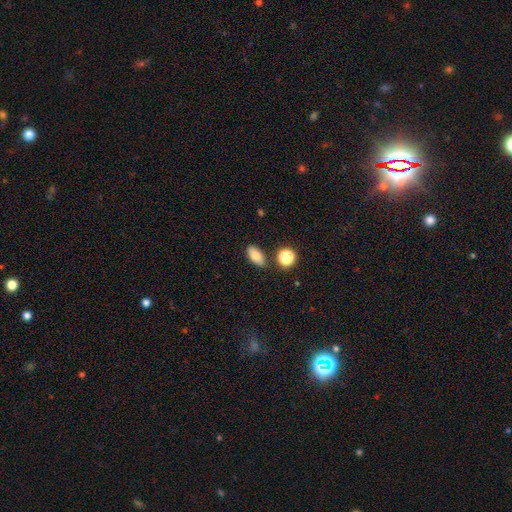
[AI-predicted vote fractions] smooth 81%, star or artifact 10%, featured or disk 9%. Down the decision tree: how rounded — in between (86%); merging — none (82%).